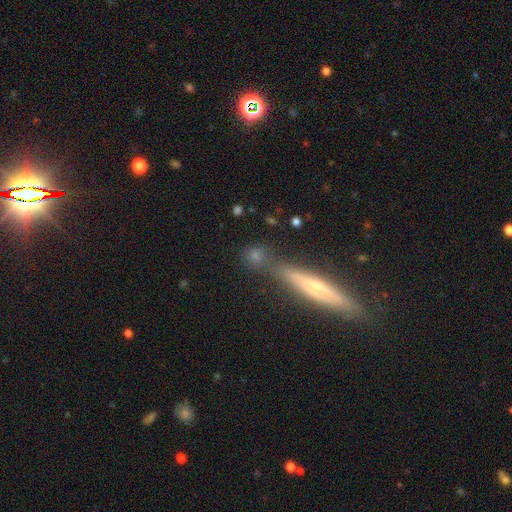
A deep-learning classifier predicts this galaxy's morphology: smooth 56%, featured or disk 26%, star or artifact 18%. Down the decision tree: how rounded — round (42%); merging — none (72%).